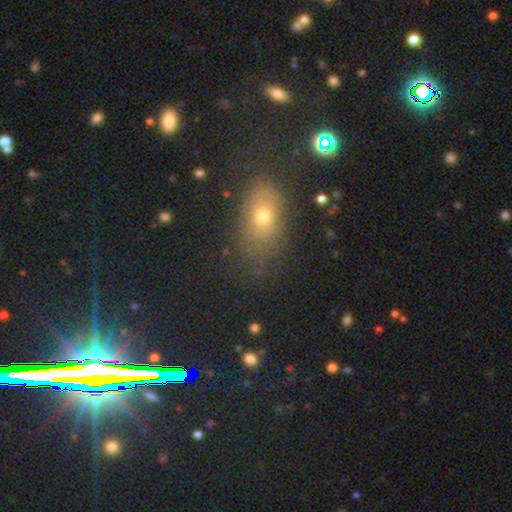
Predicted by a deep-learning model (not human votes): This appears to be a smooth galaxy with no disk features (52%) that is in between round and cigar-shaped (77%). Merging: none (81%).